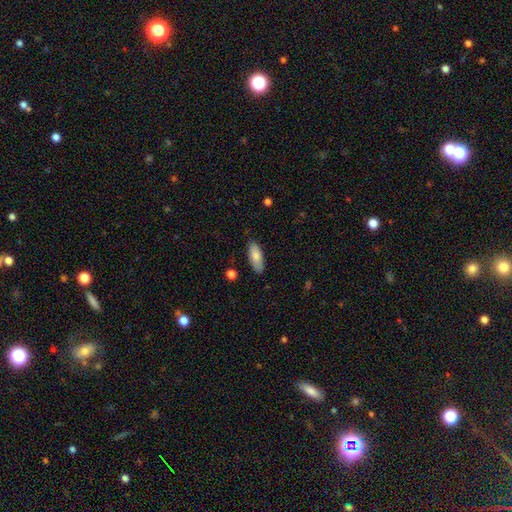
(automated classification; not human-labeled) Smooth or featured? Predicted: smooth (p=0.80). How rounded? Predicted: in between (p=0.76). Merging? Predicted: none (p=0.83).